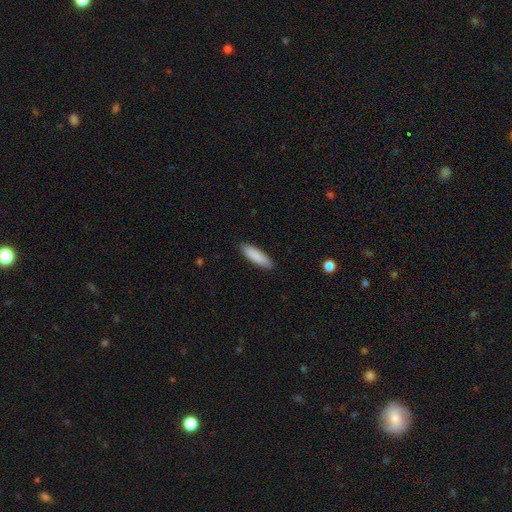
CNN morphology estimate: This appears to be a smooth galaxy with no disk features (89%) that is cigar-shaped (60%). Merging: none (89%).